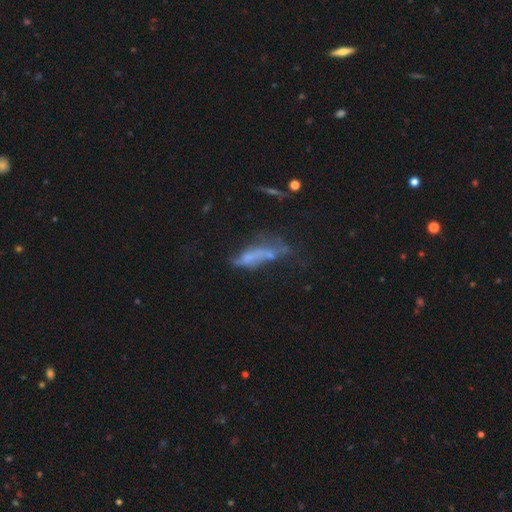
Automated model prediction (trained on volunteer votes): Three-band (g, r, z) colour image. It shows a smooth galaxy with no disk features (41%, tied with featured or disk). Merging: major disturbance (32%).